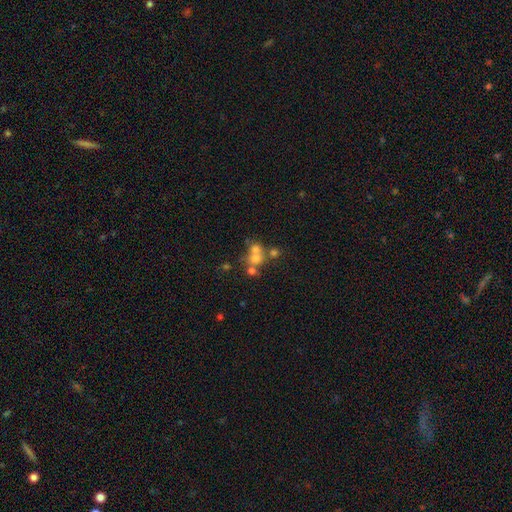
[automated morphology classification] This appears to be a smooth galaxy with no disk features (59%) that is round (80%). Merging: merger (49%).